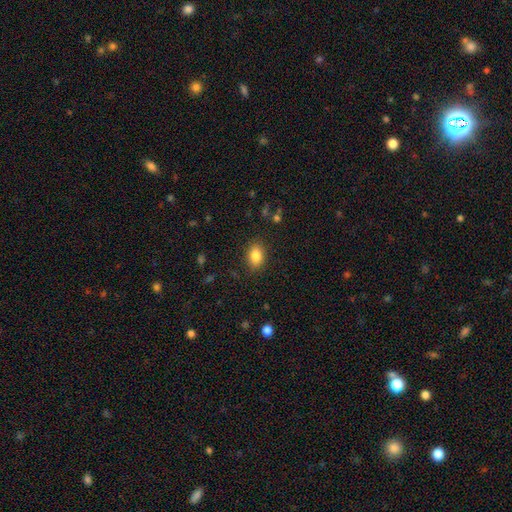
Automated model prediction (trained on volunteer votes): Morphology: type=smooth (85%); roundness=in between (74%); merging=none (85%).